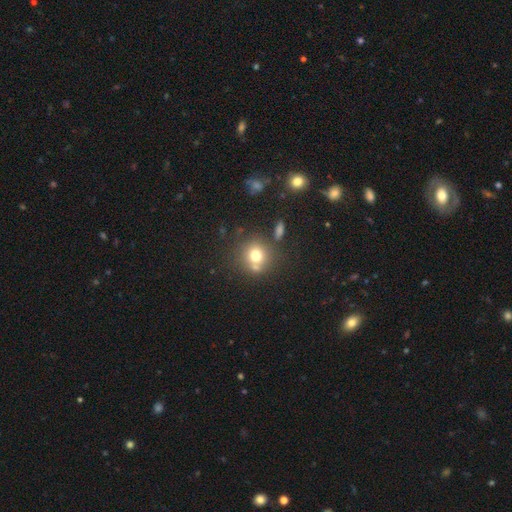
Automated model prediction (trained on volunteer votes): Overall: smooth (74%). How rounded: round (86%). Merging: none (65%).